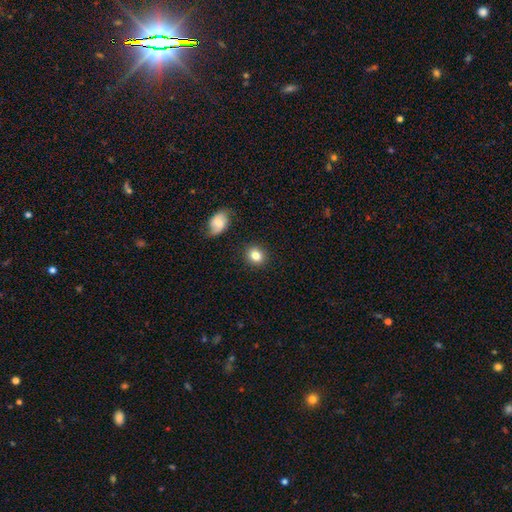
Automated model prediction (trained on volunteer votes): A smooth galaxy with no disk features (83%) that is round (75%).

Vote fractions:
- Smooth or featured? smooth: 83% / star or artifact: 9% / featured or disk: 8%
- How rounded? round: 75% / in between: 24% / cigar-shaped: 1%
- Merging? none: 87% / minor disturbance: 8% / merger: 2% / major disturbance: 2%